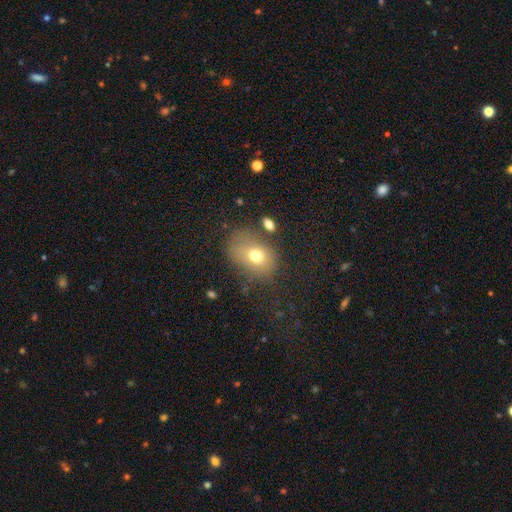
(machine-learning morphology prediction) The model was most divided on "how rounded": in between: 64%, round: 35%, cigar-shaped: 1%. More confident: smooth or featured — smooth (69%); merging — none (56%).